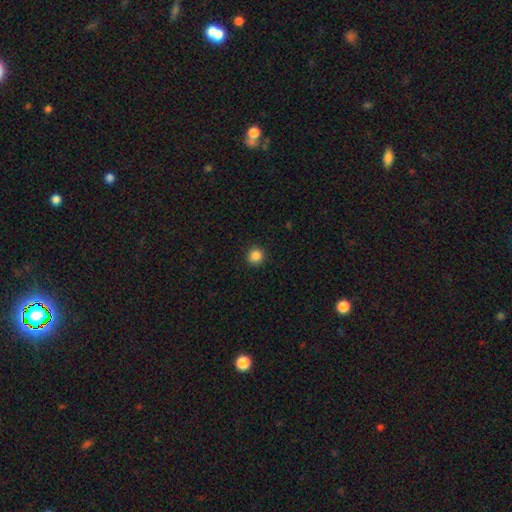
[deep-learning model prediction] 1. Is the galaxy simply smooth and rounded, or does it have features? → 86% smooth, 11% star or artifact, 3% featured or disk.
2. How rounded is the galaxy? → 93% round, 6% in between, 1% cigar-shaped.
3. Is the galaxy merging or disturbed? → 92% none, 6% minor disturbance, 2% major disturbance, 1% merger.